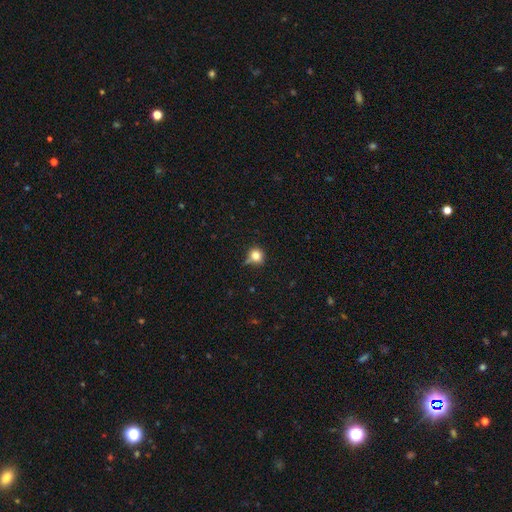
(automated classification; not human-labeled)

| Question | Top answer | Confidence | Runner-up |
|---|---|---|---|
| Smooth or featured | smooth | 79% | star or artifact (12%) |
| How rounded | round | 86% | in between (13%) |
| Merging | none | 66% | minor disturbance (22%) |